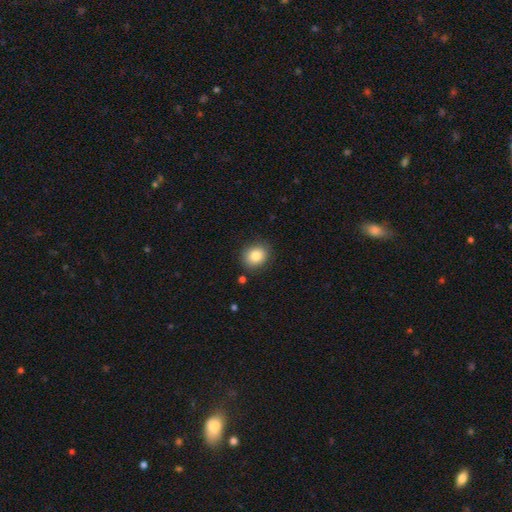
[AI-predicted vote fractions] Q: Smooth or featured?
A: smooth (84%); runner-up: star or artifact (9%)
Q: How rounded?
A: round (60%); runner-up: in between (39%)
Q: Merging?
A: none (85%); runner-up: minor disturbance (10%)